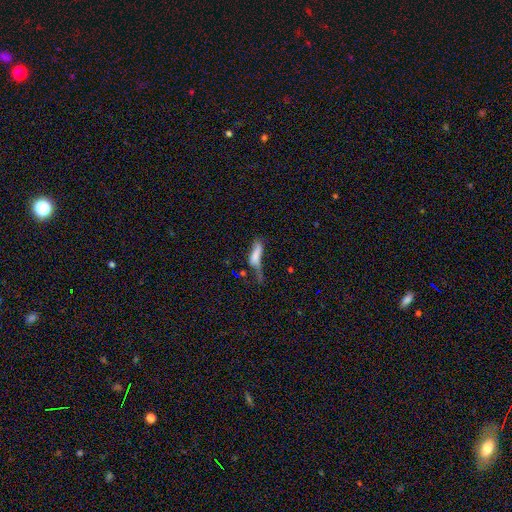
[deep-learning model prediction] smooth_or_featured: smooth (p=0.63) [alt: featured or disk p=0.27]
how_rounded: cigar-shaped (p=0.54) [alt: in between p=0.43]
merging: major disturbance (p=0.43) [alt: minor disturbance p=0.21]